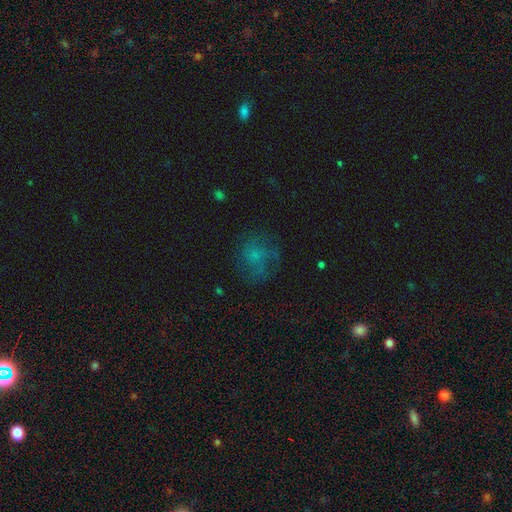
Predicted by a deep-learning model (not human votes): Smooth or featured: smooth — 51% (featured or disk — 30%)
How rounded: round — 76% (in between — 23%)
Merging: none — 62% (minor disturbance — 19%)